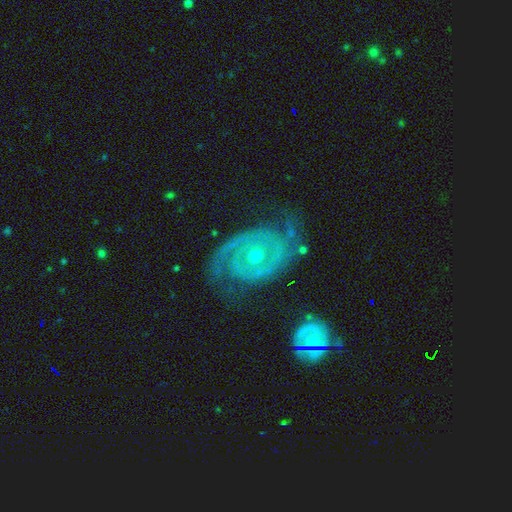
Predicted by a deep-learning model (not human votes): The model was most divided on "bulge size": moderate: 53%, small: 44%, large: 2%, none: 1%, dominant: 1%. More confident: edge-on disk — no (97%); spiral arms — yes (96%); smooth or featured — featured or disk (90%); spiral arm count — 2 (81%); bar — no (76%); merging — none (71%); spiral winding — tight (64%).